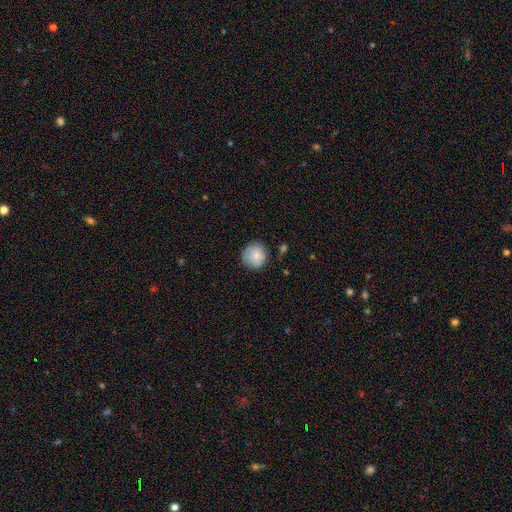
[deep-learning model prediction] smooth_or_featured: smooth (p=0.84) [alt: featured or disk p=0.09]
how_rounded: round (p=0.92) [alt: in between p=0.07]
merging: none (p=0.81) [alt: minor disturbance p=0.14]